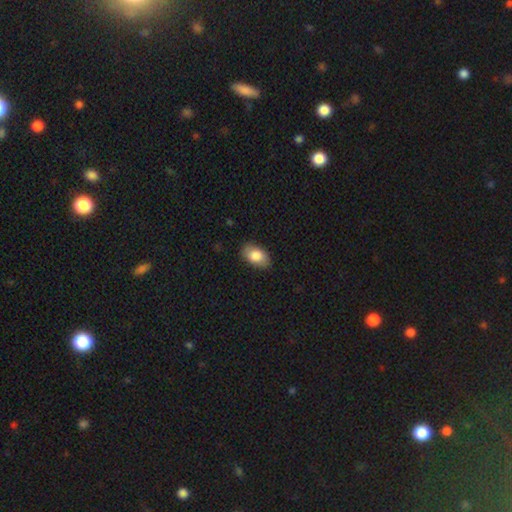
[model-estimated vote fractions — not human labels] smooth-or-featured: smooth: 84% | featured or disk: 9% | star or artifact: 7%
  how-rounded: in between: 91% | round: 7% | cigar-shaped: 2%
  merging: none: 82% | minor disturbance: 14% | major disturbance: 3% | merger: 1%